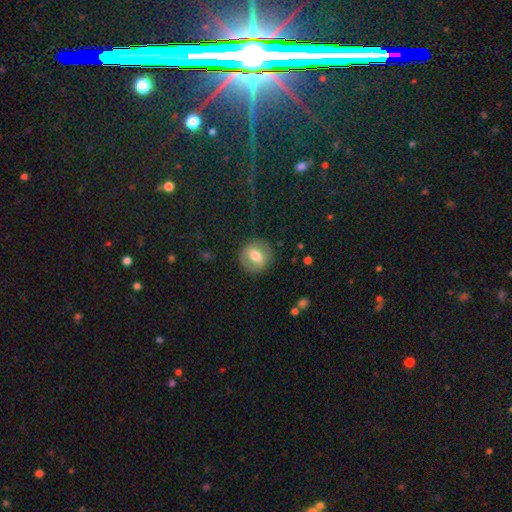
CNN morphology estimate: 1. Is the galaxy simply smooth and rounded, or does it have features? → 61% smooth, 31% featured or disk, 8% star or artifact.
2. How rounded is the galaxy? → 80% round, 19% in between, 1% cigar-shaped.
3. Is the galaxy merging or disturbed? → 85% none, 10% minor disturbance, 4% major disturbance, 1% merger.